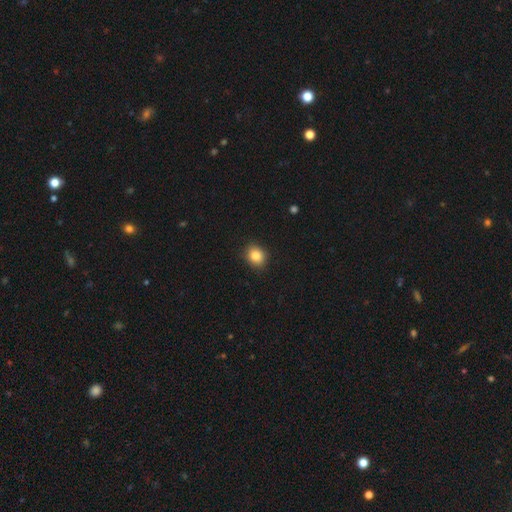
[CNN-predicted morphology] Smooth or featured?
  - smooth: 85% *
  - star or artifact: 10%
  - featured or disk: 5%
How rounded?
  - round: 63% *
  - in between: 36%
  - cigar-shaped: 1%
Merging?
  - none: 89% *
  - minor disturbance: 8%
  - major disturbance: 2%
  - merger: 1%